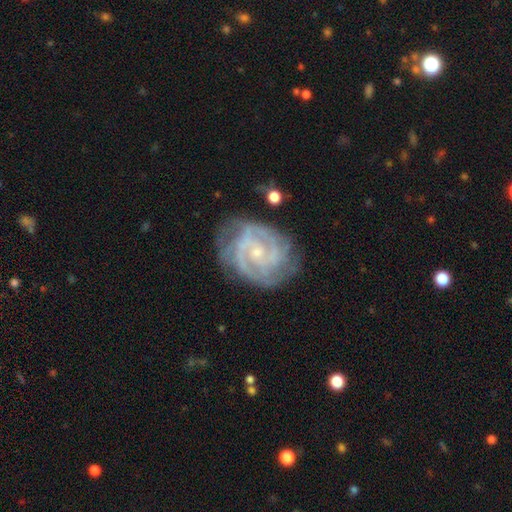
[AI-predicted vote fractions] Smooth or featured?
  - featured or disk: 85% *
  - star or artifact: 8%
  - smooth: 7%
Edge-on disk?
  - no: 97% *
  - yes: 3%
Bar?
  - no: 48% *
  - weak: 39%
  - strong: 12%
Spiral arms?
  - yes: 97% *
  - no: 3%
Spiral winding?
  - tight: 69% *
  - medium: 27%
  - loose: 5%
Spiral arm count?
  - 2: 31% *
  - 3: 24%
  - can't tell: 21%
  - 4: 12%
  - more than 4: 6%
  - 1: 6%
Bulge size?
  - small: 70% *
  - moderate: 25%
  - none: 3%
  - large: 1%
  - dominant: 1%
Merging?
  - none: 75% *
  - minor disturbance: 17%
  - major disturbance: 6%
  - merger: 2%